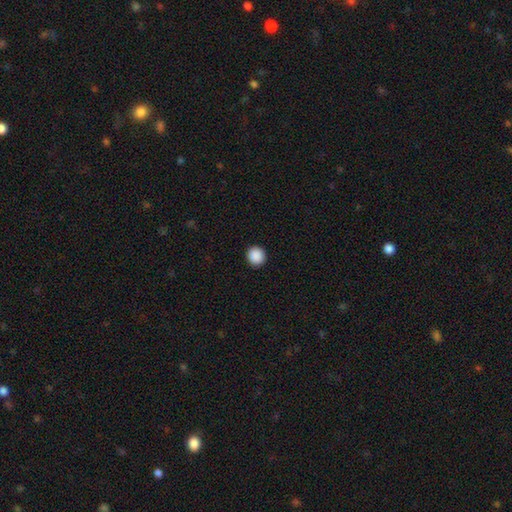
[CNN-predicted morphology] Q: Smooth or featured?
A: smooth (90%); runner-up: star or artifact (8%)
Q: How rounded?
A: round (93%); runner-up: in between (6%)
Q: Merging?
A: none (93%); runner-up: minor disturbance (4%)